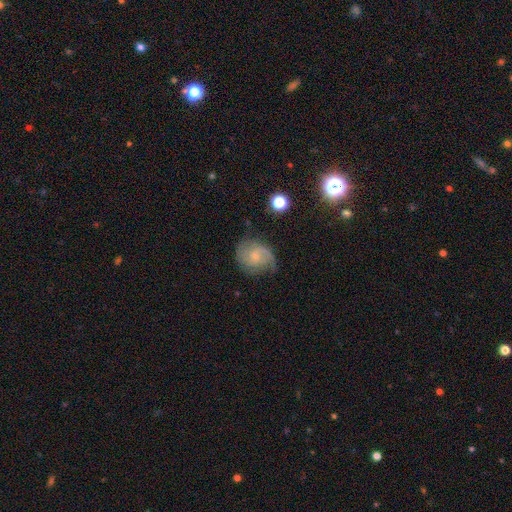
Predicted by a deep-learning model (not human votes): Smooth or featured? featured or disk (61%)
Edge-on disk? no (97%)
Bar? no (62%)
Spiral arms? yes (89%)
Spiral winding? medium (44%)
Spiral arm count? 2 (59%)
Bulge size? small (64%)
Merging? none (58%)